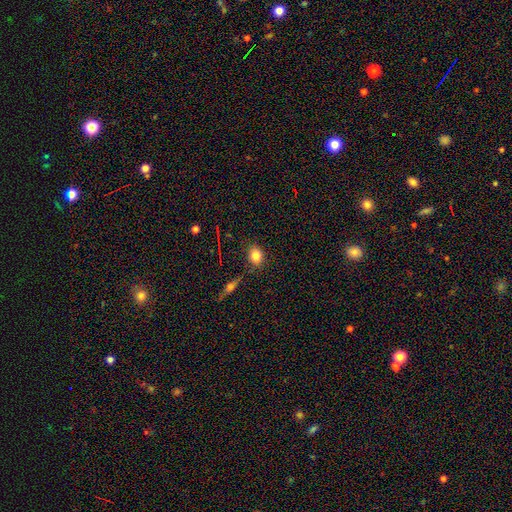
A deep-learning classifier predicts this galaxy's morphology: The model was most divided on "how rounded": in between: 51%, round: 47%, cigar-shaped: 2%. More confident: merging — none (81%); smooth or featured — smooth (80%).